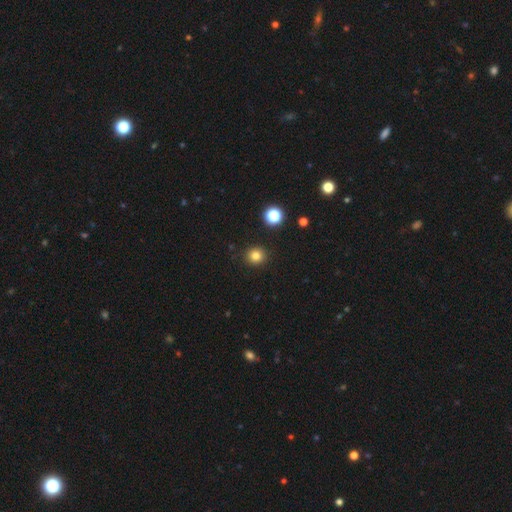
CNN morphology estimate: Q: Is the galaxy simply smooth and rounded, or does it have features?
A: smooth — 81%.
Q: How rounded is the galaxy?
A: round — 90%.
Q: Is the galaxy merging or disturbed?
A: none — 91%.